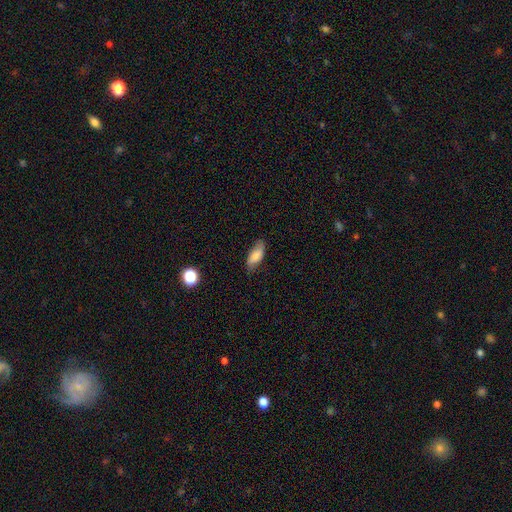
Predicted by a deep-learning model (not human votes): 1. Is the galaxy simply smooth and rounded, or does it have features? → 78% smooth, 14% featured or disk, 8% star or artifact.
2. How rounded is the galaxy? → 79% in between, 18% cigar-shaped, 3% round.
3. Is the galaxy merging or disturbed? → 73% none, 21% minor disturbance, 5% major disturbance, 1% merger.